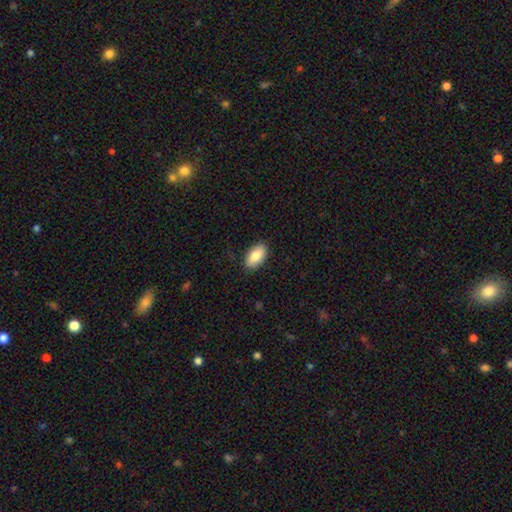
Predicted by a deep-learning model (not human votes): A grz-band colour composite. It shows a smooth galaxy with no disk features (83%) that is in between round and cigar-shaped (93%). Merging: none (87%).